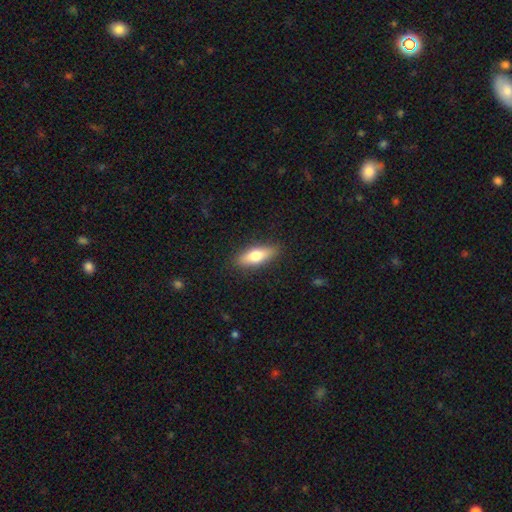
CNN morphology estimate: Overall: smooth (69%). How rounded: in between (59%; cigar-shaped 38%). Merging: none (88%).